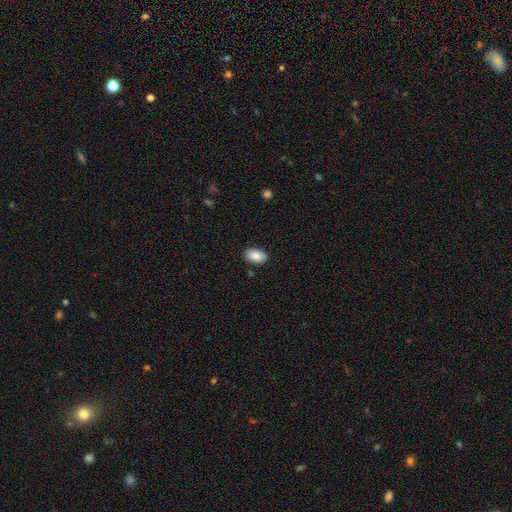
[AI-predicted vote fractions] Smooth or featured? Predicted: smooth (p=0.86). How rounded? Predicted: in between (p=0.92). Merging? Predicted: none (p=0.87).